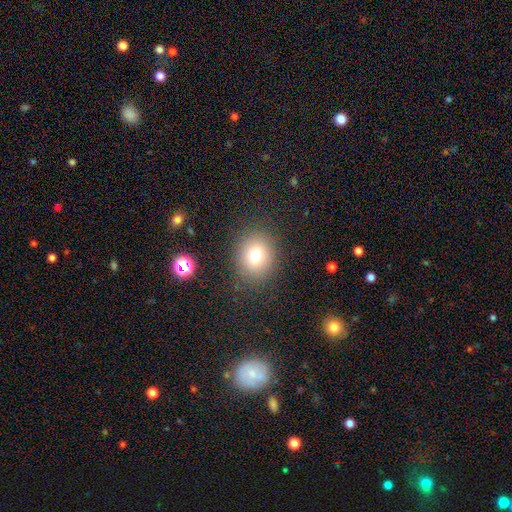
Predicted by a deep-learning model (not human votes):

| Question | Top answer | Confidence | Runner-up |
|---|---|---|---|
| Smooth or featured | smooth | 74% | star or artifact (15%) |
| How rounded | round | 70% | in between (29%) |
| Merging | none | 85% | minor disturbance (9%) |